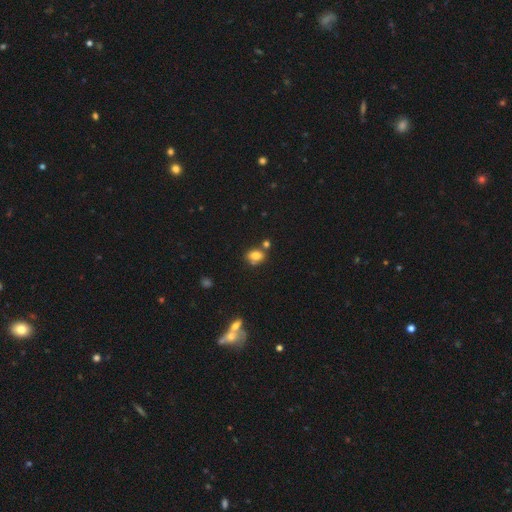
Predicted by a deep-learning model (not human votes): A smooth galaxy with no disk features (79%) that is in between round and cigar-shaped (68%).

Vote fractions:
- Smooth or featured? smooth: 79% / star or artifact: 12% / featured or disk: 9%
- How rounded? in between: 68% / round: 31% / cigar-shaped: 2%
- Merging? none: 63% / merger: 19% / minor disturbance: 15% / major disturbance: 4%